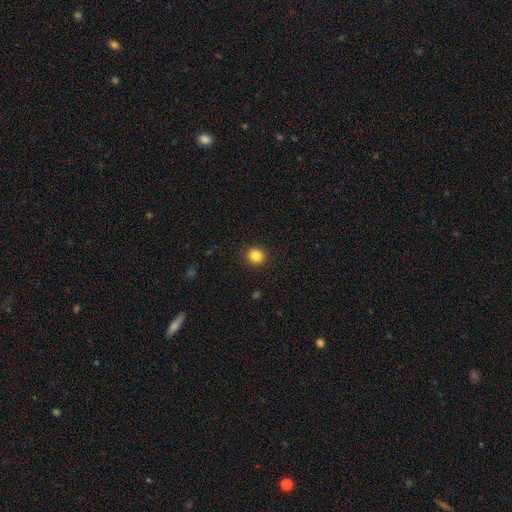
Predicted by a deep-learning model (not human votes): Smooth or featured: smooth — 85% (star or artifact — 11%)
How rounded: round — 86% (in between — 13%)
Merging: none — 92% (minor disturbance — 5%)